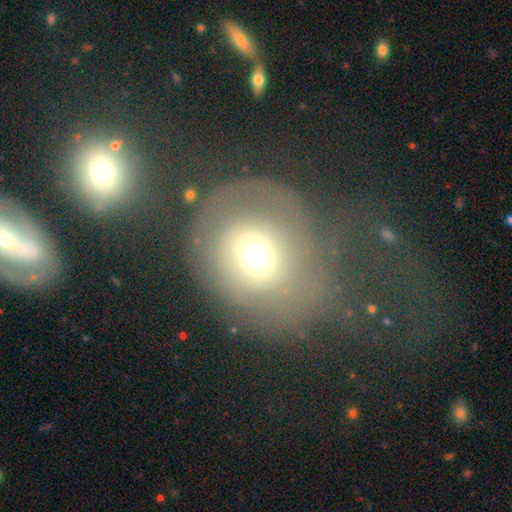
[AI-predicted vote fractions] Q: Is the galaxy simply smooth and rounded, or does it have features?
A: smooth — 56%.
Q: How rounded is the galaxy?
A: round — 79%.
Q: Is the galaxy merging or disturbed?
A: none — 39%.